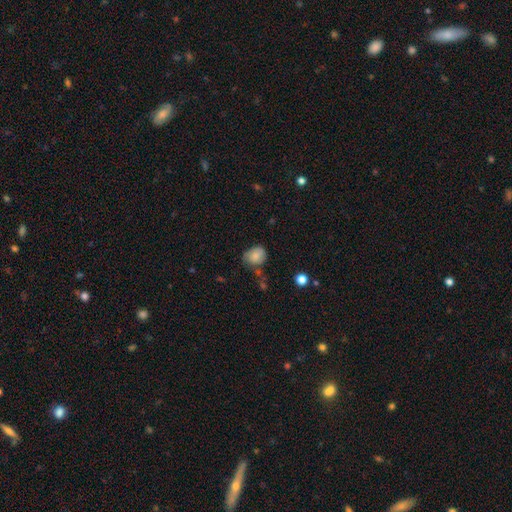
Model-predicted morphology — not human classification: Overall: smooth (79%). How rounded: round (50%; in between 49%). Merging: none (52%; minor disturbance 32%).